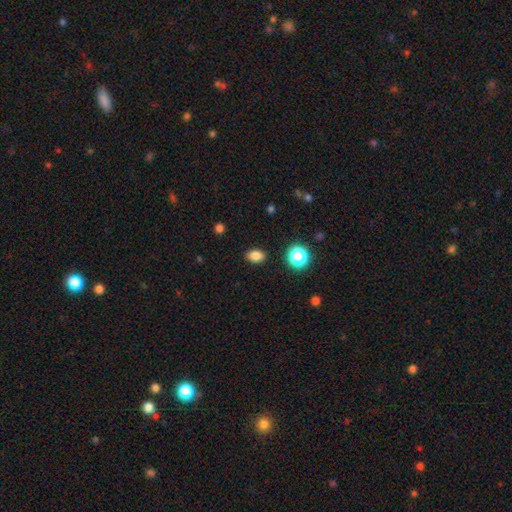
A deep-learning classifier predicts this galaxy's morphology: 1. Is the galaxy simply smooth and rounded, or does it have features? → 83% smooth, 13% star or artifact, 4% featured or disk.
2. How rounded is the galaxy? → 80% in between, 18% round, 1% cigar-shaped.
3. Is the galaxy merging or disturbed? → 88% none, 8% minor disturbance, 2% major disturbance, 1% merger.